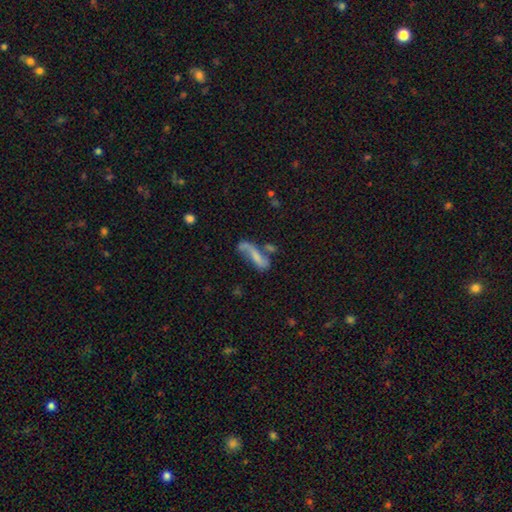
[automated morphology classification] This is possibly a smooth galaxy (47%). Merging: marginally none (34%).